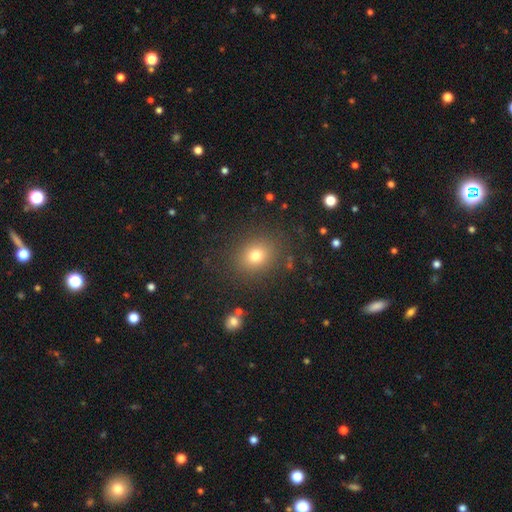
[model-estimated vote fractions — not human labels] Smooth or featured? Predicted: smooth (p=0.76). How rounded? Predicted: round (p=0.60). Merging? Predicted: none (p=0.86).